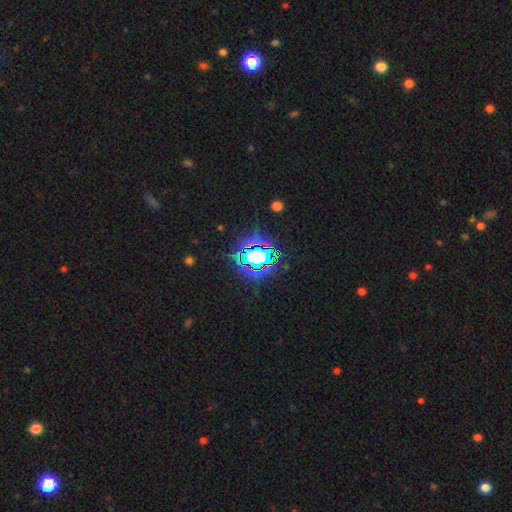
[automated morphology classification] Q: Smooth or featured?
A: star or artifact (69%); runner-up: smooth (17%)